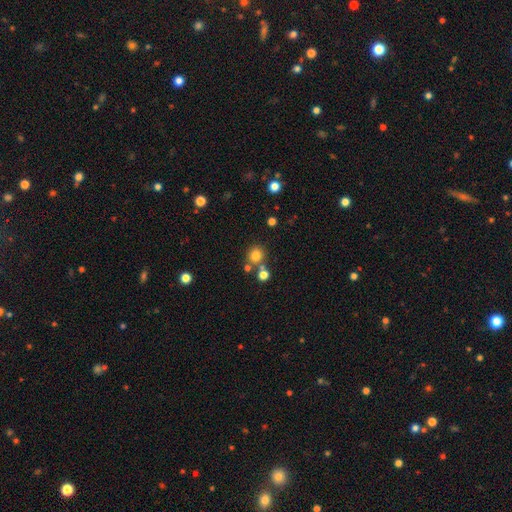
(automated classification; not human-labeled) Smooth or featured? smooth (79%)
How rounded? round (89%)
Merging? none (71%)